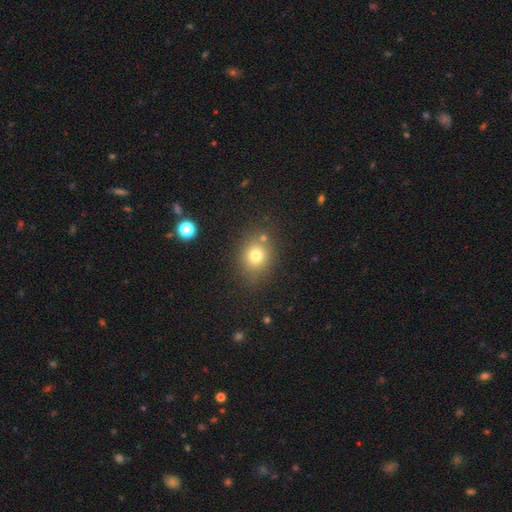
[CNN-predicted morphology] Smooth or featured: smooth — 76% (star or artifact — 14%)
How rounded: round — 64% (in between — 35%)
Merging: none — 77% (minor disturbance — 12%)